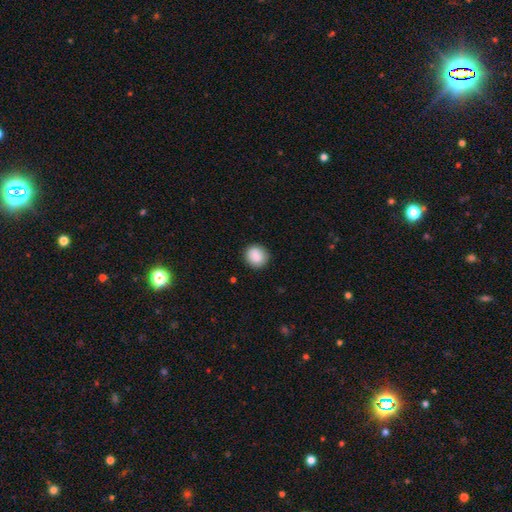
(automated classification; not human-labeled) Smooth or featured? smooth (88%)
How rounded? round (83%)
Merging? none (88%)